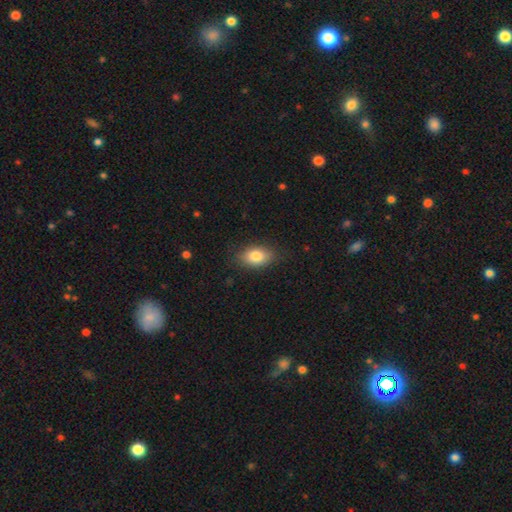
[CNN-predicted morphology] Smooth or featured?
  - smooth: 82% *
  - featured or disk: 10%
  - star or artifact: 8%
How rounded?
  - in between: 86% *
  - round: 12%
  - cigar-shaped: 2%
Merging?
  - none: 81% *
  - minor disturbance: 14%
  - major disturbance: 3%
  - merger: 1%